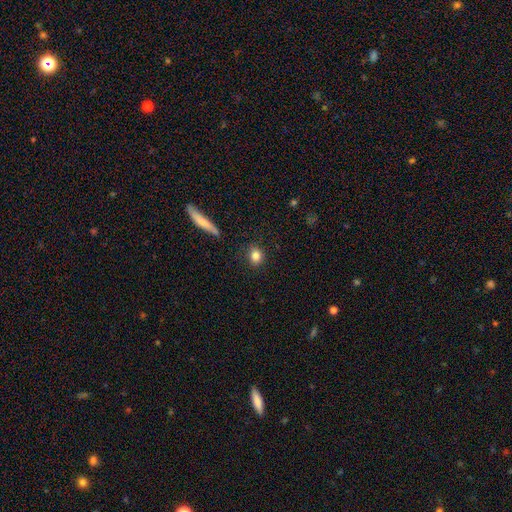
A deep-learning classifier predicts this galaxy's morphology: A smooth galaxy with no disk features (84%) that is round (70%).

Vote fractions:
- Smooth or featured? smooth: 84% / star or artifact: 9% / featured or disk: 7%
- How rounded? round: 70% / in between: 28% / cigar-shaped: 3%
- Merging? none: 86% / minor disturbance: 9% / major disturbance: 2% / merger: 2%